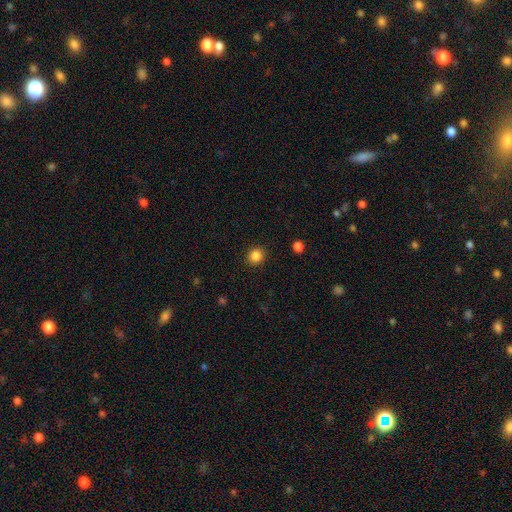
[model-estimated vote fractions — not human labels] A smooth galaxy with no disk features (85%) that is round (85%). Merging: none (91%).